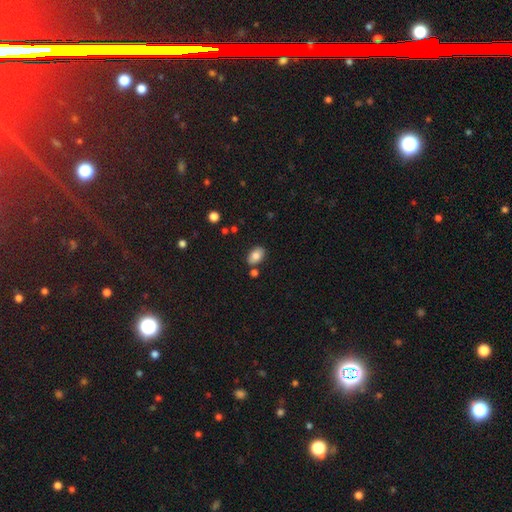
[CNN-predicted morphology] smooth 81%, featured or disk 11%, star or artifact 8%. Down the decision tree: how rounded — in between (90%); merging — none (78%).